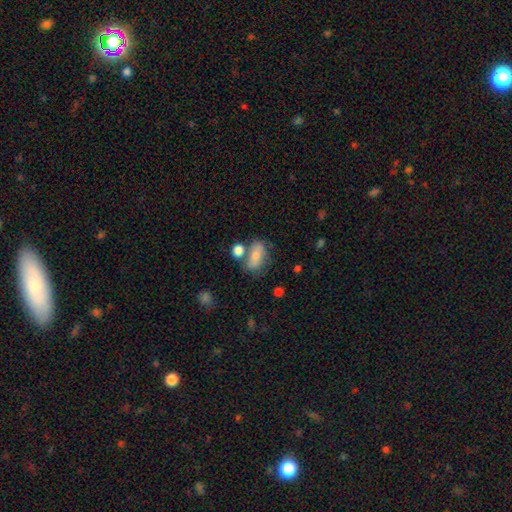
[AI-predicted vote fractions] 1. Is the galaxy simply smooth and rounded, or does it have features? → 67% smooth, 23% featured or disk, 10% star or artifact.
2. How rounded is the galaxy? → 81% in between, 13% round, 5% cigar-shaped.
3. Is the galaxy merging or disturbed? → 45% none, 26% merger, 19% minor disturbance, 10% major disturbance.